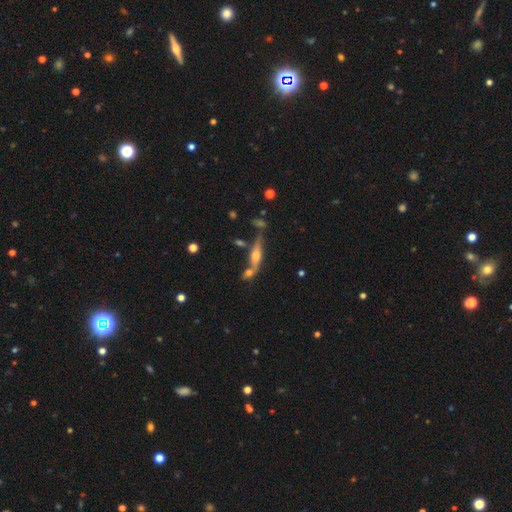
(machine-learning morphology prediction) The model was most divided on "merging": none: 55%, merger: 25%, minor disturbance: 14%, major disturbance: 6%. More confident: edge-on bulge — rounded (91%); edge-on disk — yes (89%); smooth or featured — featured or disk (64%).